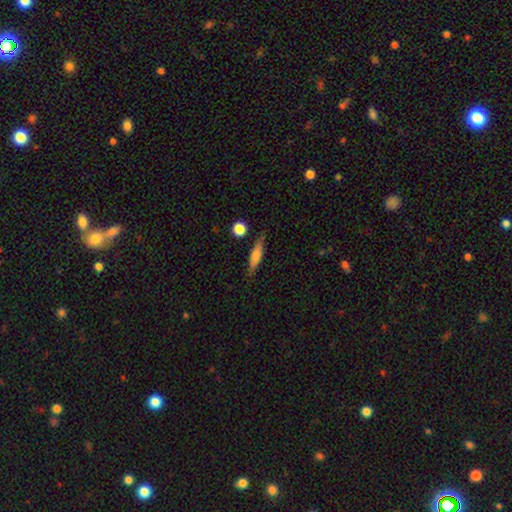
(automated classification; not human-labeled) Smooth or featured?
  - smooth: 57% *
  - featured or disk: 36%
  - star or artifact: 7%
How rounded?
  - cigar-shaped: 71% *
  - in between: 26%
  - round: 3%
Merging?
  - none: 80% *
  - minor disturbance: 14%
  - merger: 3%
  - major disturbance: 3%